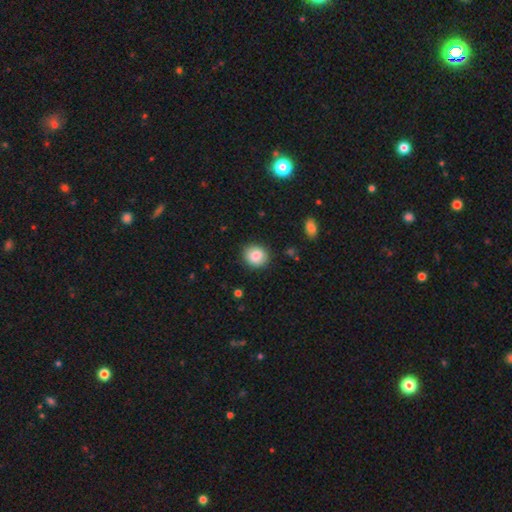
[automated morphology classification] This appears to be a smooth galaxy with no disk features (85%) that is round (74%). Merging: none (87%).